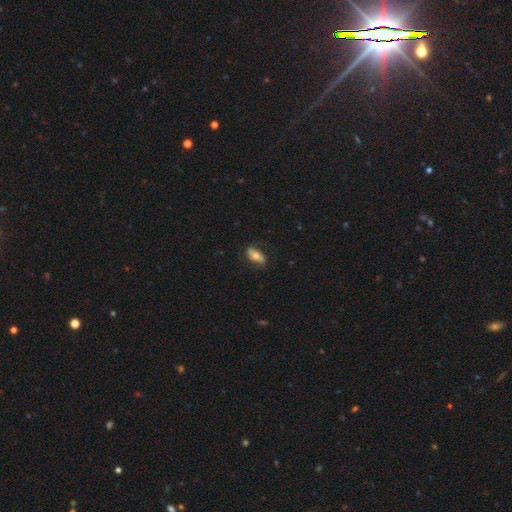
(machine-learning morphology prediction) Q: Smooth or featured?
A: smooth (52%); runner-up: featured or disk (40%)
Q: How rounded?
A: in between (82%); runner-up: cigar-shaped (13%)
Q: Merging?
A: none (75%); runner-up: minor disturbance (18%)